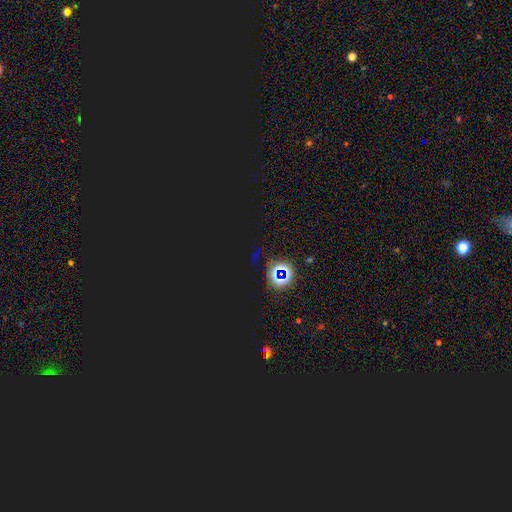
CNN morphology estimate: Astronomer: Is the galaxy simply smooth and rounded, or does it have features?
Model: star or artifact — 83%.